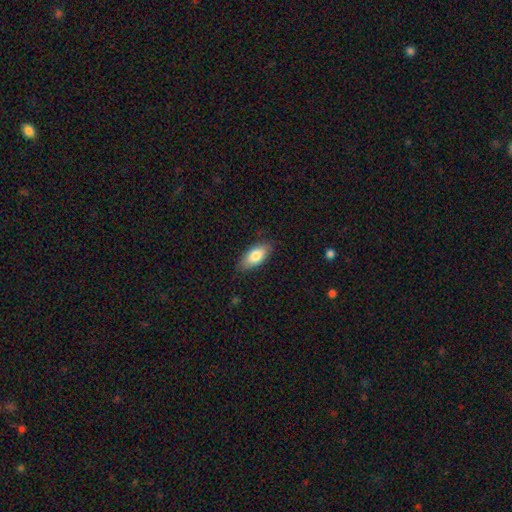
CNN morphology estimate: smooth 81%, featured or disk 13%, star or artifact 6%. Down the decision tree: how rounded — in between (88%); merging — none (83%).